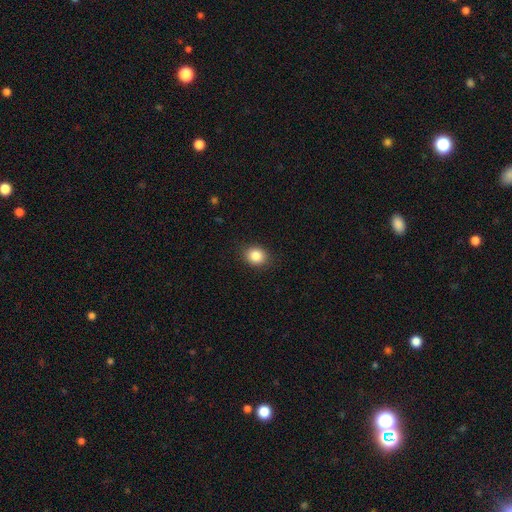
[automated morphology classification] Smooth or featured?
  - smooth: 85% *
  - star or artifact: 9%
  - featured or disk: 5%
How rounded?
  - round: 58% *
  - in between: 41%
  - cigar-shaped: 1%
Merging?
  - none: 88% *
  - minor disturbance: 9%
  - major disturbance: 2%
  - merger: 1%